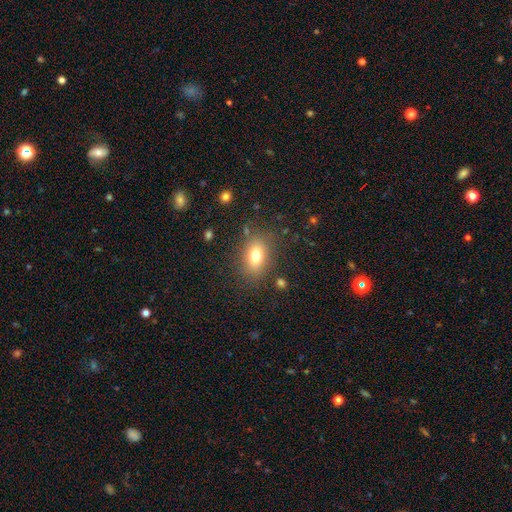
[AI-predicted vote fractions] This appears to be a smooth galaxy with no disk features (77%) that is in between round and cigar-shaped (77%). Merging: none (81%).